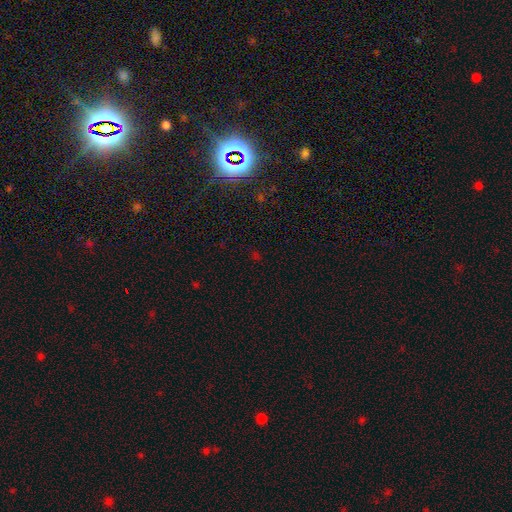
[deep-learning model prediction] This is likely a star or artifact rather than a galaxy (64%).